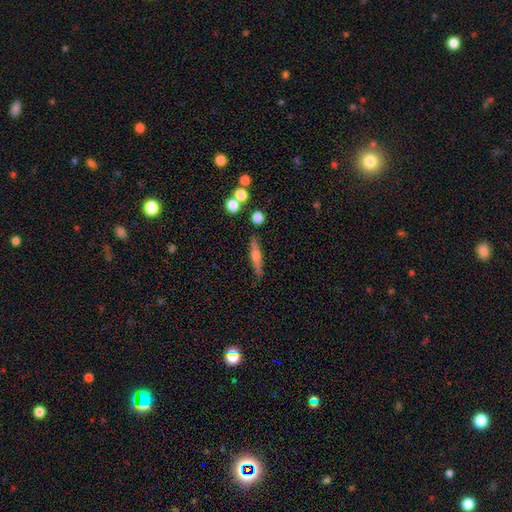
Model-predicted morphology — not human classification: A featured or disk galaxy (52%) viewed edge-on (94%).

Vote fractions:
- Smooth or featured? featured or disk: 52% / smooth: 39% / star or artifact: 8%
- Edge-on disk? yes: 94% / no: 6%
- Merging? none: 85% / minor disturbance: 9% / merger: 3% / major disturbance: 2%